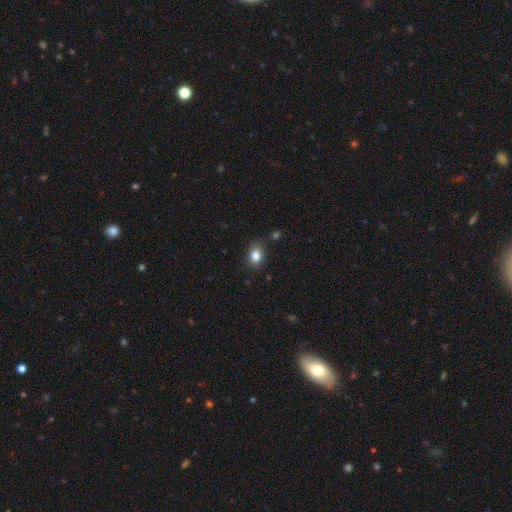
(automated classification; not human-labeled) A smooth galaxy with no disk features (84%) that is in between round and cigar-shaped (60%).

Vote fractions:
- Smooth or featured? smooth: 84% / star or artifact: 10% / featured or disk: 6%
- How rounded? in between: 60% / round: 39% / cigar-shaped: 1%
- Merging? none: 80% / minor disturbance: 14% / major disturbance: 3% / merger: 3%